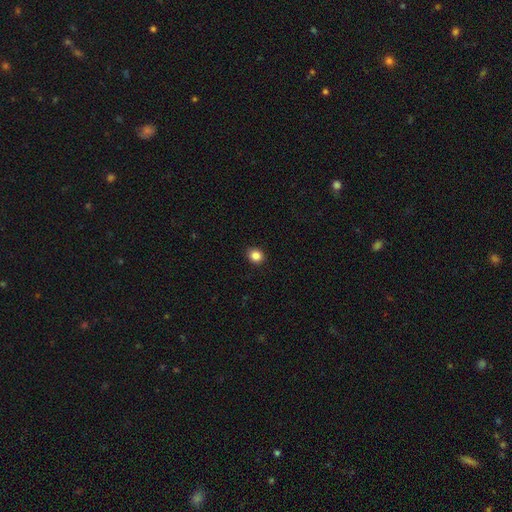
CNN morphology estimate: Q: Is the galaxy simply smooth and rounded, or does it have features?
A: smooth — 85%.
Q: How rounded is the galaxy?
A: round — 75%.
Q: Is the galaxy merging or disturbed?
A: none — 92%.